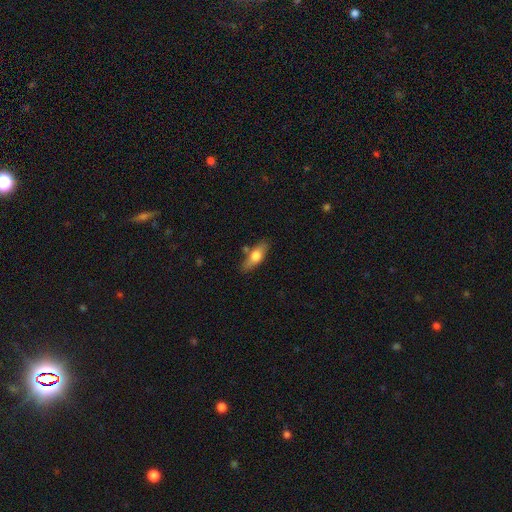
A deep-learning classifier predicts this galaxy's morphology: Smooth or featured: smooth — 61% (featured or disk — 33%)
How rounded: in between — 62% (cigar-shaped — 34%)
Merging: none — 71% (minor disturbance — 18%)